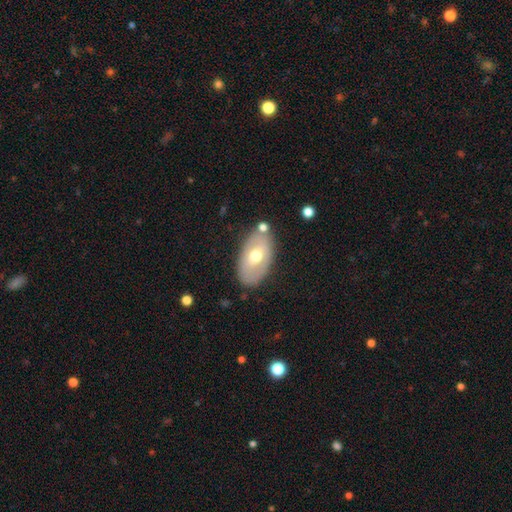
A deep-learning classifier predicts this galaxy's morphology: Q: Smooth or featured?
A: smooth (51%); runner-up: featured or disk (43%)
Q: How rounded?
A: in between (92%); runner-up: round (6%)
Q: Merging?
A: none (75%); runner-up: minor disturbance (15%)